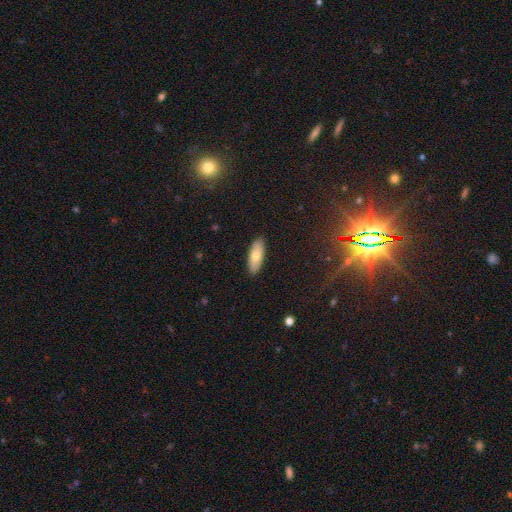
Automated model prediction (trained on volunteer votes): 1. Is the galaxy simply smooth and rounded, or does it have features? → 71% smooth, 23% featured or disk, 6% star or artifact.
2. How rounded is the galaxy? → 73% in between, 25% cigar-shaped, 2% round.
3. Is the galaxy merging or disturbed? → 90% none, 7% minor disturbance, 2% major disturbance, 1% merger.